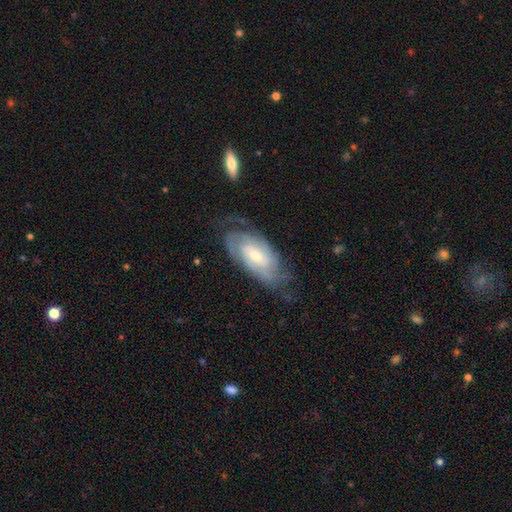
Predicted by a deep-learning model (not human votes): A featured or disk galaxy (79%) with a weak bar (46%), 2 (42%) tight (59%) spiral arms (93%) and a moderate central bulge (46%).

Vote fractions:
- Smooth or featured? featured or disk: 79% / smooth: 16% / star or artifact: 6%
- Edge-on disk? no: 93% / yes: 7%
- Bar? weak: 46% / no: 41% / strong: 13%
- Spiral arms? yes: 93% / no: 7%
- Spiral winding? tight: 59% / medium: 32% / loose: 9%
- Spiral arm count? 2: 42% / can't tell: 35% / 3: 12% / 4: 5% / 1: 4% / more than 4: 3%
- Bulge size? moderate: 46% / small: 45% / large: 5% / none: 2% / dominant: 1%
- Merging? none: 66% / minor disturbance: 21% / major disturbance: 11% / merger: 2%